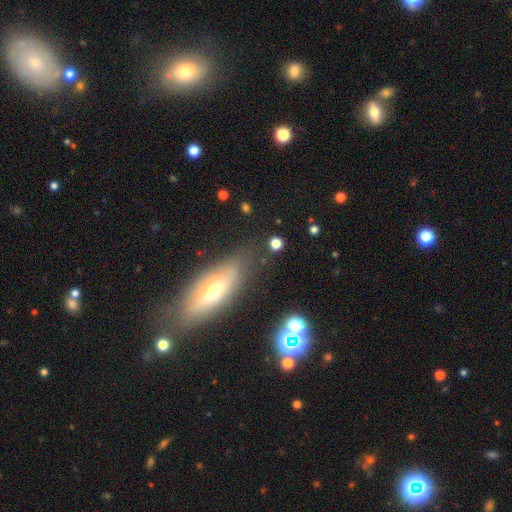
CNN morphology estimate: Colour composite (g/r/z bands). It shows a smooth galaxy with no disk features (43%). Merging: none (80%).